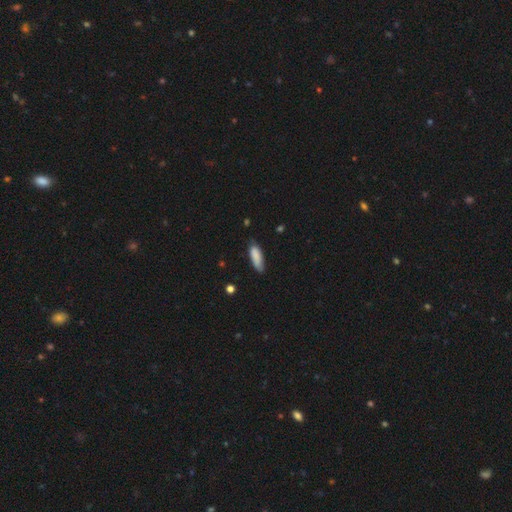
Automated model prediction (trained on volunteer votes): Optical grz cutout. It shows a smooth galaxy with no disk features (85%) that is in between round and cigar-shaped (57%). Merging: none (67%).